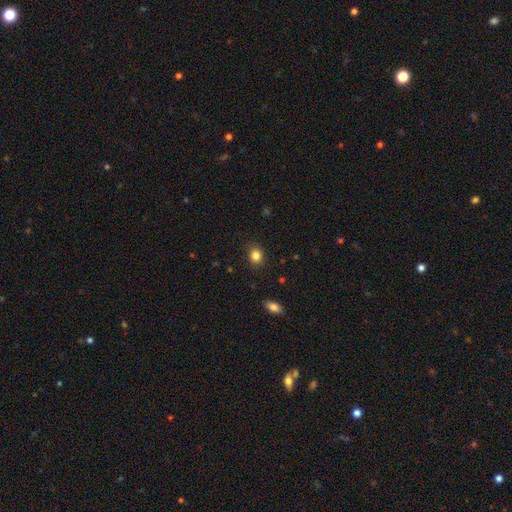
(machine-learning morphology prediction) type=smooth (84%); roundness=round (65%); merging=none (86%).